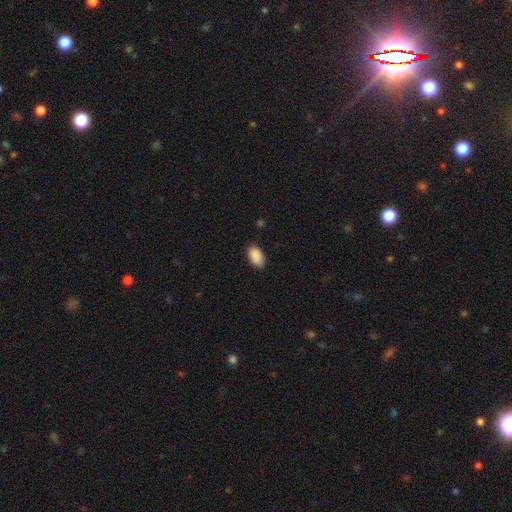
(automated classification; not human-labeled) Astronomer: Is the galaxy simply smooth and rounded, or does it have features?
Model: smooth — 90%.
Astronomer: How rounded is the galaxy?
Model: in between — 94%.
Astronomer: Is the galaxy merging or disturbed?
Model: none — 85%.